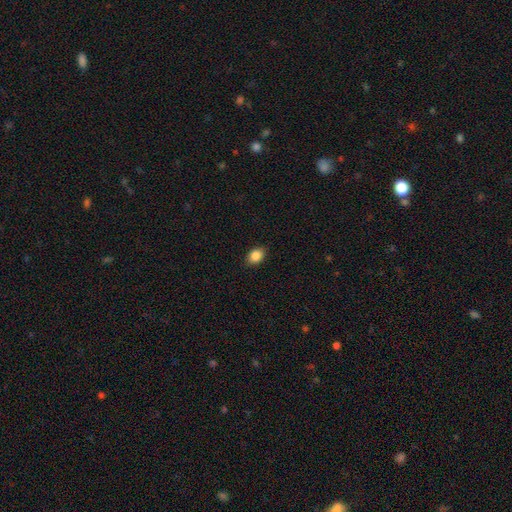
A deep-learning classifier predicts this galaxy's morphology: smooth 87%, star or artifact 9%, featured or disk 4%. Down the decision tree: how rounded — in between (70%); merging — none (87%).